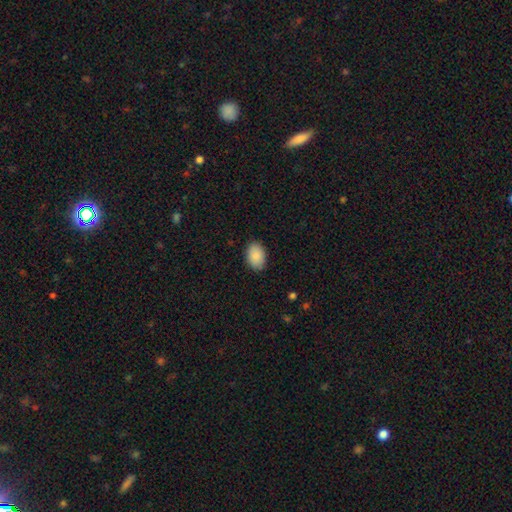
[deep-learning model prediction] Smooth or featured? Predicted: smooth (p=0.89). How rounded? Predicted: in between (p=0.85). Merging? Predicted: none (p=0.88).